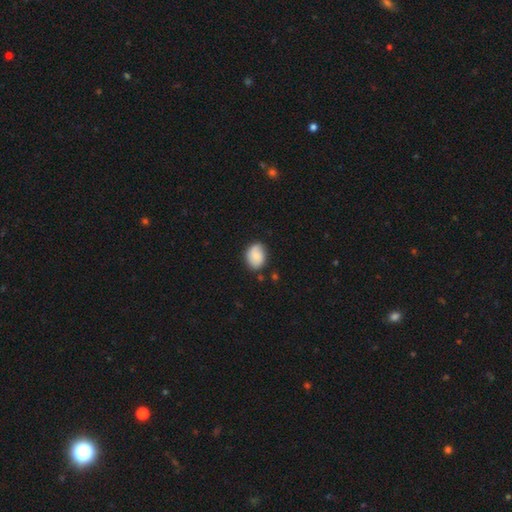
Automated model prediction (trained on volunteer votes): This appears to be a smooth galaxy with no disk features (78%) that is in between round and cigar-shaped (63%). Merging: none (76%).